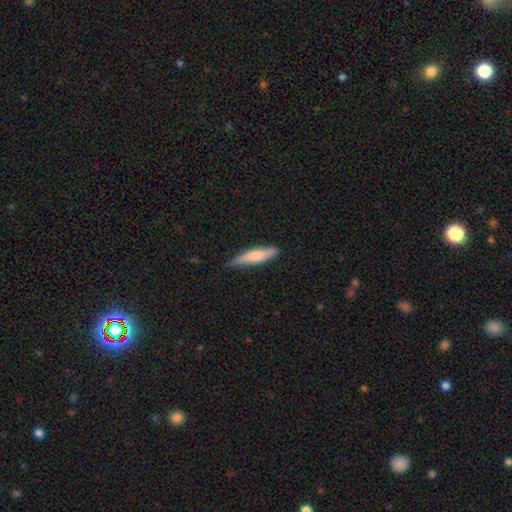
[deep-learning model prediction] Smooth or featured: smooth — 69% (featured or disk — 26%)
How rounded: cigar-shaped — 82% (in between — 17%)
Merging: none — 75% (minor disturbance — 21%)